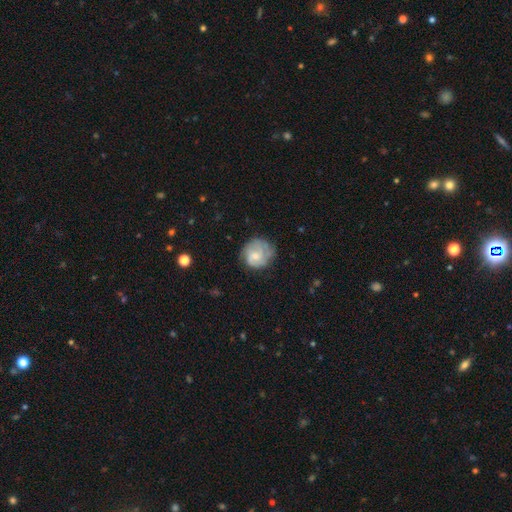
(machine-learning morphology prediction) type=featured or disk (61%); edge-on=no (98%); bar=no (65%); spiral arms=yes (87%); winding=tight (54%); arm count=2 (40%); bulge=small (49%); merging=none (65%).